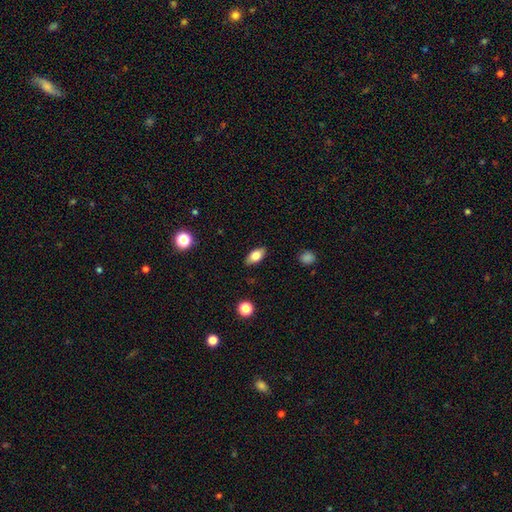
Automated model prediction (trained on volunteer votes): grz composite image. It shows a smooth galaxy with no disk features (77%) that is in between round and cigar-shaped (88%). Merging: none (87%).